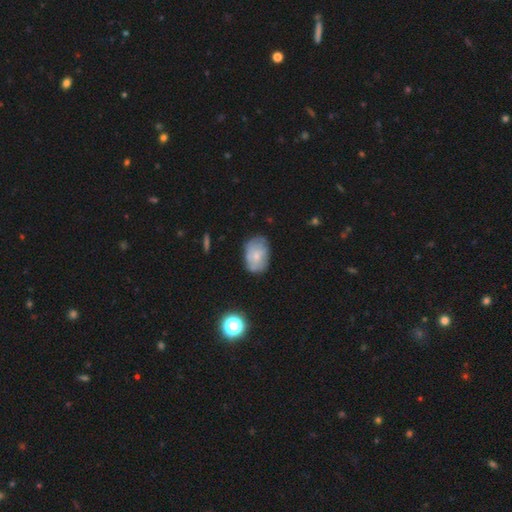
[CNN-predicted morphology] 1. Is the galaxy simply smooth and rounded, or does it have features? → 46% smooth (tied), 46% featured or disk (tied), 9% star or artifact.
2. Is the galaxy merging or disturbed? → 64% none, 26% minor disturbance, 8% major disturbance, 2% merger.